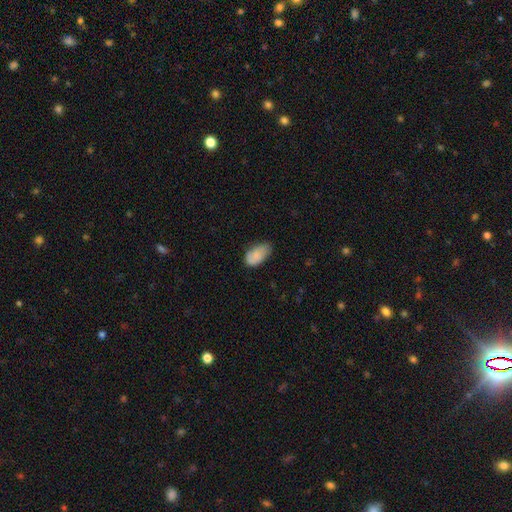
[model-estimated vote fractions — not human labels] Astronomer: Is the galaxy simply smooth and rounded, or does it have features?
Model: smooth — 83%.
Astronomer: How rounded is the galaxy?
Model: in between — 94%.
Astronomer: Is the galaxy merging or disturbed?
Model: none — 57% (runner-up: minor disturbance, 34%).